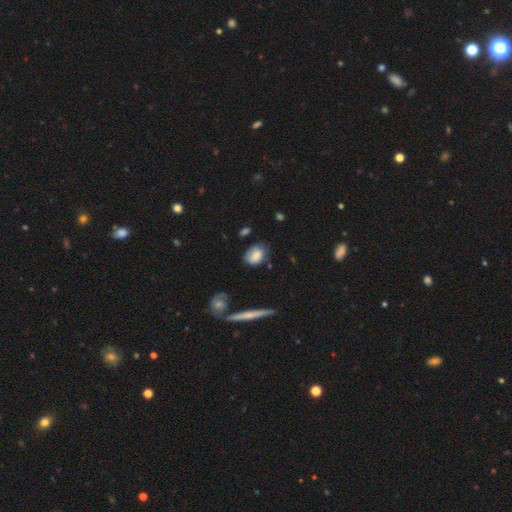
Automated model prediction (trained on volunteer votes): This is likely a smooth galaxy (79%). How rounded: likely in between (70%). Merging: possibly none (58%).